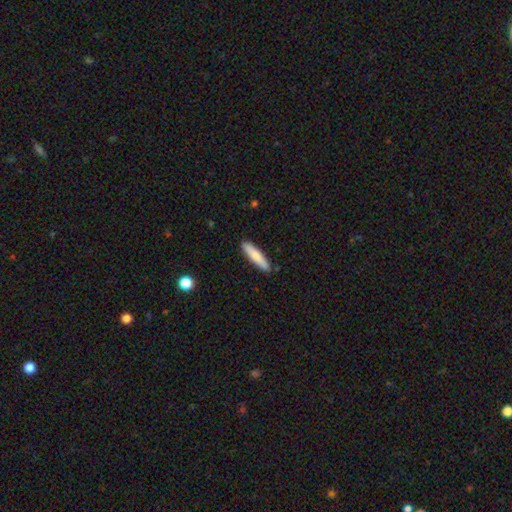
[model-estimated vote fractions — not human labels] smooth-or-featured: smooth: 78% | featured or disk: 17% | star or artifact: 5%
  how-rounded: cigar-shaped: 85% | in between: 14% | round: 1%
  merging: none: 89% | minor disturbance: 8% | major disturbance: 1% | merger: 1%